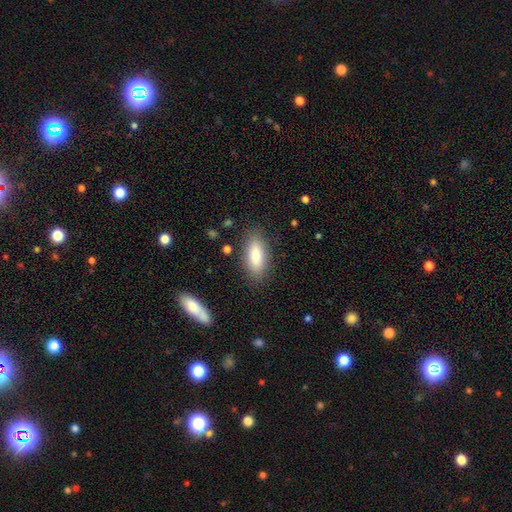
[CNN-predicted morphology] This appears to be a smooth galaxy with no disk features (80%) that is in between round and cigar-shaped (80%). Merging: none (83%).